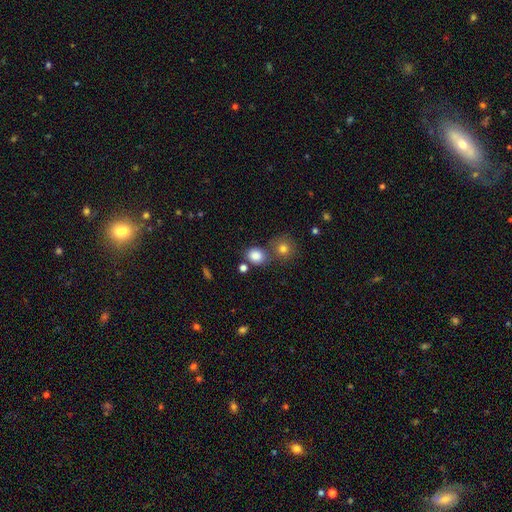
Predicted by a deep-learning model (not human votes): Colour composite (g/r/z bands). It shows a smooth galaxy with no disk features (84%) that is round (62%). Merging: none (64%).